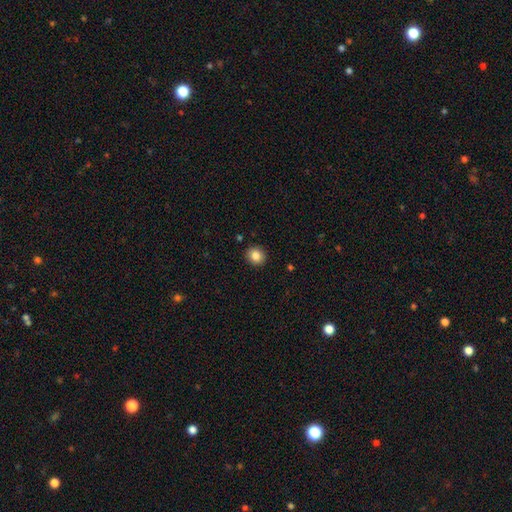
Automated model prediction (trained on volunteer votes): smooth-or-featured: smooth: 84% | star or artifact: 10% | featured or disk: 6%
  how-rounded: round: 84% | in between: 16% | cigar-shaped: 1%
  merging: none: 91% | minor disturbance: 6% | major disturbance: 2% | merger: 1%